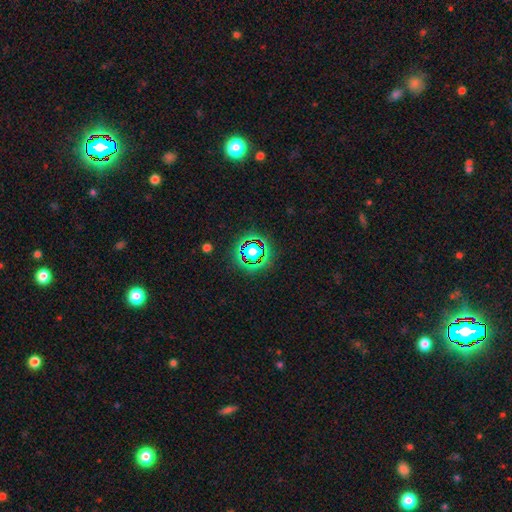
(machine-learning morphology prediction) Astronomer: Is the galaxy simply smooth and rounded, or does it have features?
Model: star or artifact — 77%.